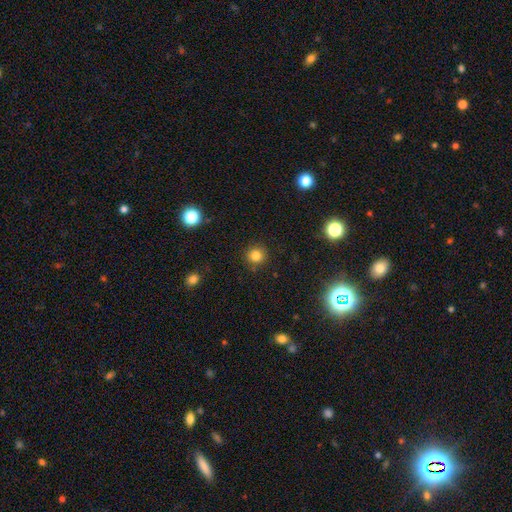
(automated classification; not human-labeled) Smooth or featured? Predicted: smooth (p=0.82). How rounded? Predicted: round (p=0.93). Merging? Predicted: none (p=0.90).